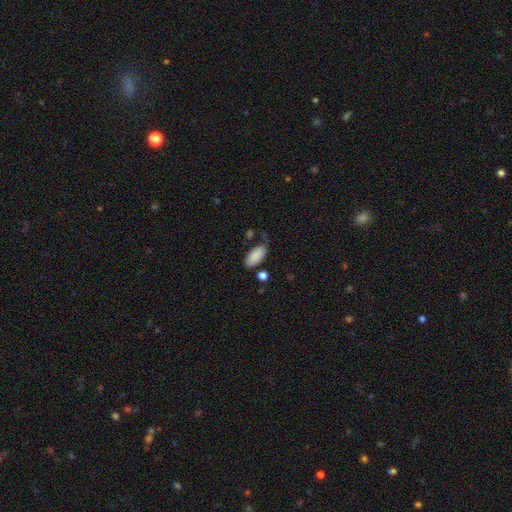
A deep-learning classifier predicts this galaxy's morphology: A smooth galaxy with no disk features (88%) that is in between round and cigar-shaped (92%). Merging: none (67%).